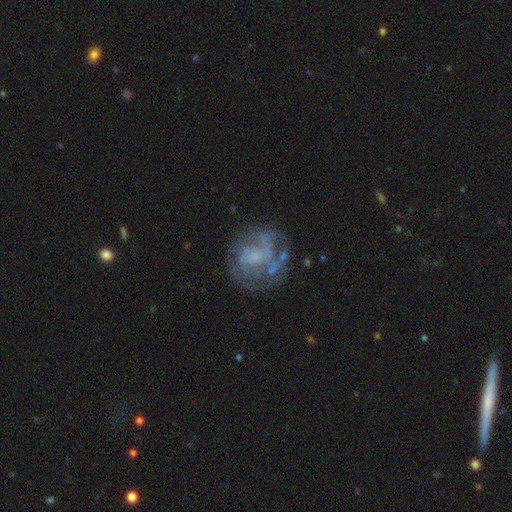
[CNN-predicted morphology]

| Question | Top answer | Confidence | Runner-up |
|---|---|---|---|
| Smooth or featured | featured or disk | 70% | smooth (18%) |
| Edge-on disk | no | 98% | yes (2%) |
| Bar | no | 64% | weak (30%) |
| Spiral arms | yes | 76% | no (24%) |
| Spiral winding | medium | 40% | tight (37%) |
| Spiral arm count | can't tell | 39% | 2 (23%) |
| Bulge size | none | 40% | small (38%) |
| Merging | none | 60% | major disturbance (18%) |